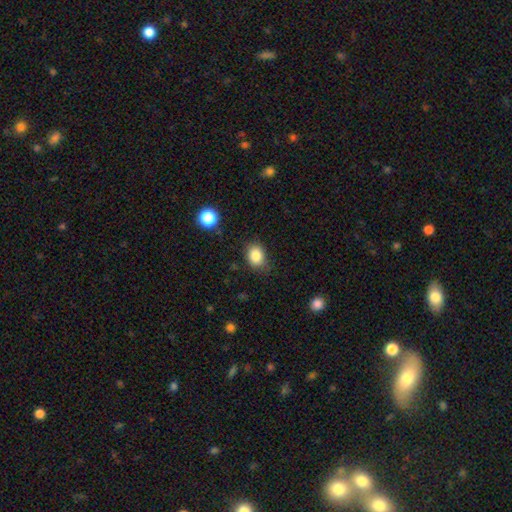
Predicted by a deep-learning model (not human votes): Q: Smooth or featured?
A: smooth (85%); runner-up: star or artifact (10%)
Q: How rounded?
A: in between (58%); runner-up: round (41%)
Q: Merging?
A: none (77%); runner-up: minor disturbance (17%)